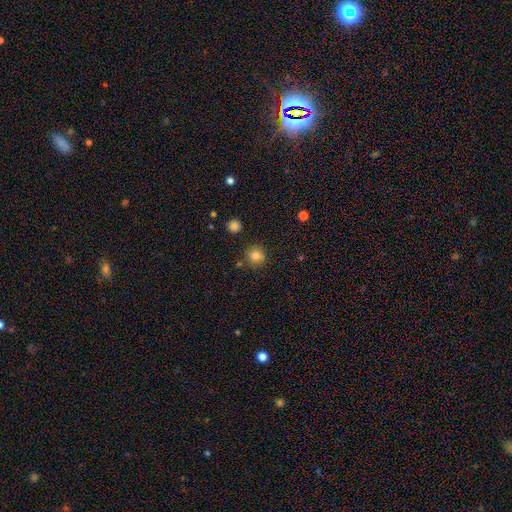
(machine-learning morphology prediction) Smooth or featured? smooth (81%)
How rounded? round (92%)
Merging? none (82%)